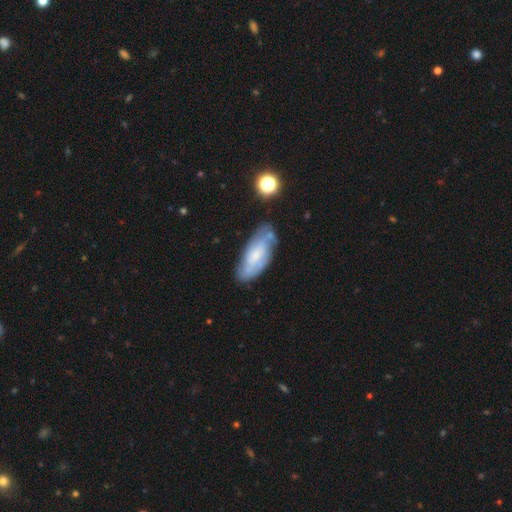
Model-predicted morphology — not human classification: This appears to be a smooth galaxy with no disk features (48%). Merging: none (64%).